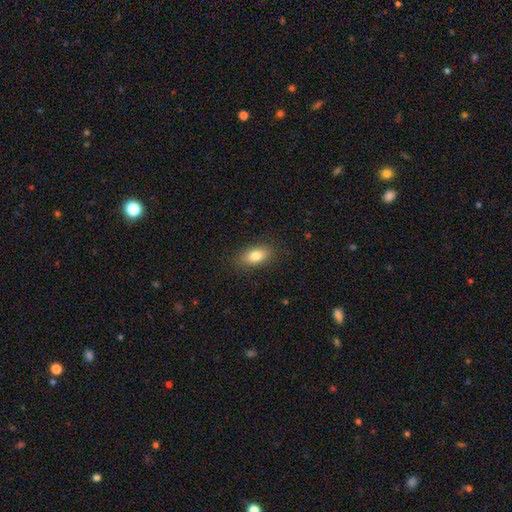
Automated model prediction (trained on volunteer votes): smooth-or-featured: smooth: 80% | featured or disk: 11% | star or artifact: 9%
  how-rounded: in between: 88% | round: 8% | cigar-shaped: 4%
  merging: none: 87% | minor disturbance: 10% | major disturbance: 3% | merger: 1%